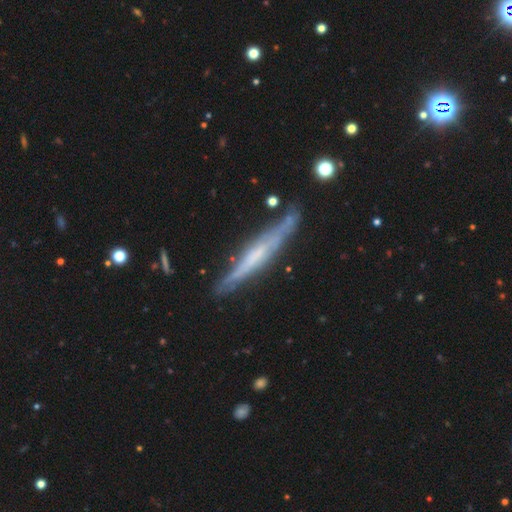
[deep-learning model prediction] A featured or disk galaxy (67%) viewed edge-on (93%) with no central bulge (51%).

Vote fractions:
- Smooth or featured? featured or disk: 67% / smooth: 27% / star or artifact: 6%
- Edge-on disk? yes: 93% / no: 7%
- Edge-on bulge? none: 51% / rounded: 28% / boxy: 21%
- Merging? none: 78% / minor disturbance: 16% / major disturbance: 3% / merger: 3%